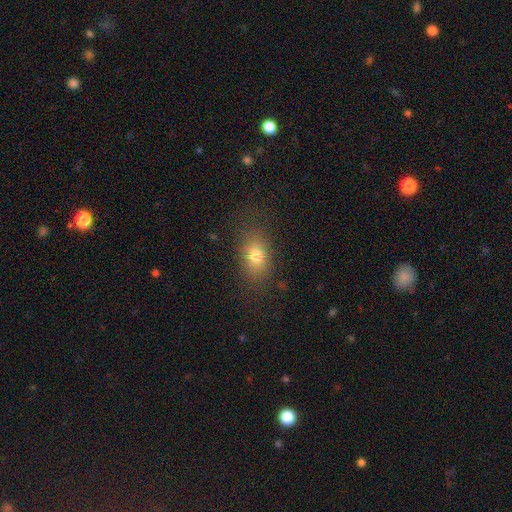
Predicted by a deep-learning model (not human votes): Smooth or featured? smooth (78%)
How rounded? in between (79%)
Merging? none (78%)